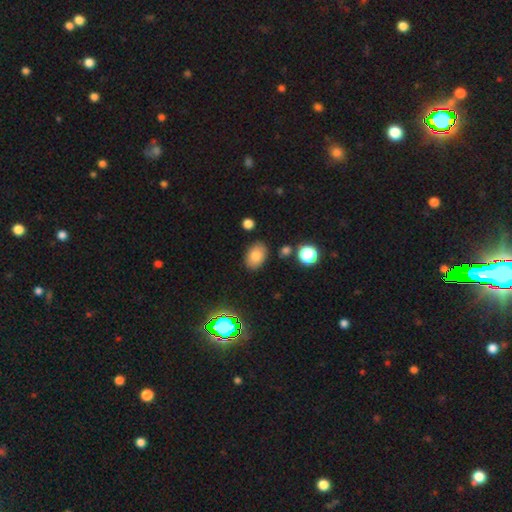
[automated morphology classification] This appears to be a smooth galaxy with no disk features (80%) that is in between round and cigar-shaped (84%). Merging: none (83%).